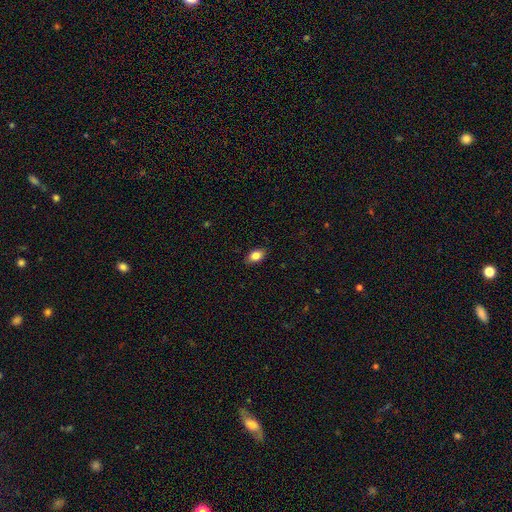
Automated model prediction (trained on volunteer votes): Smooth or featured?
  - smooth: 84% *
  - star or artifact: 8%
  - featured or disk: 7%
How rounded?
  - in between: 86% *
  - round: 12%
  - cigar-shaped: 2%
Merging?
  - none: 86% *
  - minor disturbance: 11%
  - major disturbance: 2%
  - merger: 1%